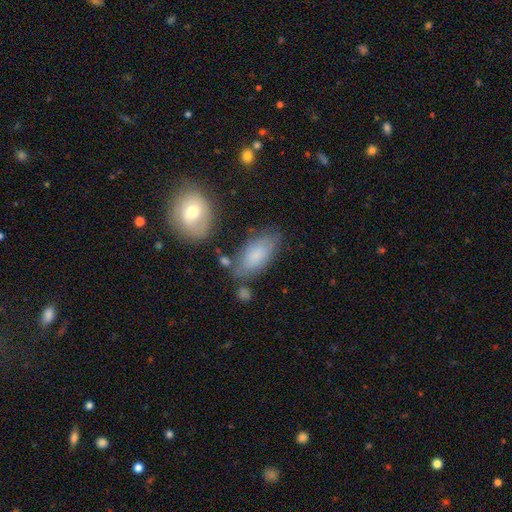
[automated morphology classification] A smooth galaxy with no disk features (72%) that is in between round and cigar-shaped (92%).

Vote fractions:
- Smooth or featured? smooth: 72% / featured or disk: 21% / star or artifact: 7%
- How rounded? in between: 92% / cigar-shaped: 5% / round: 3%
- Merging? none: 64% / minor disturbance: 22% / merger: 7% / major disturbance: 7%